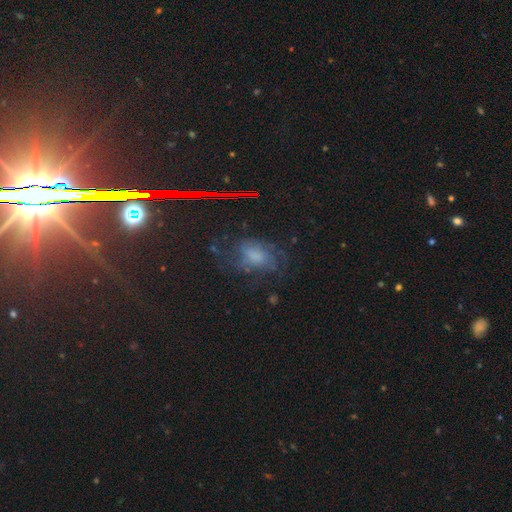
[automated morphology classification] This is marginally a featured or disk galaxy (44%). Merging: possibly none (56%).